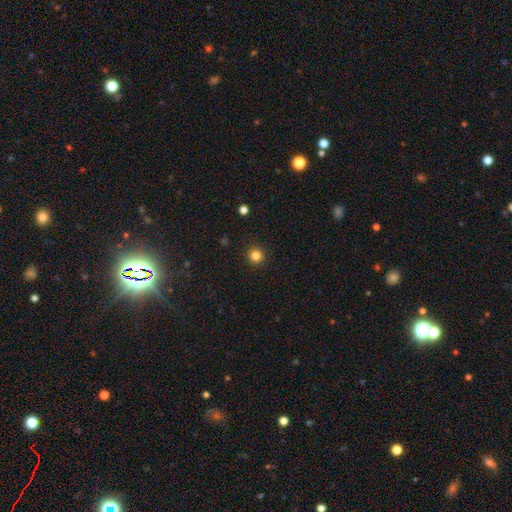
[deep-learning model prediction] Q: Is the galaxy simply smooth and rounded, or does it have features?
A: smooth — 83%.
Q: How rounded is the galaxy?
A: round — 95%.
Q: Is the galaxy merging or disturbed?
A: none — 93%.